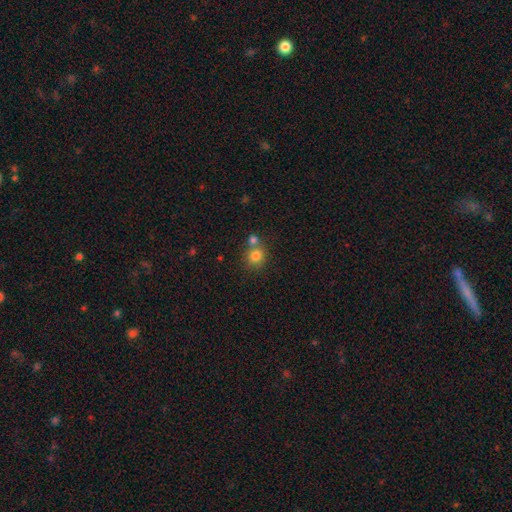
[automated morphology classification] Q: Smooth or featured?
A: smooth (81%); runner-up: star or artifact (12%)
Q: How rounded?
A: round (80%); runner-up: in between (19%)
Q: Merging?
A: none (54%); runner-up: merger (34%)